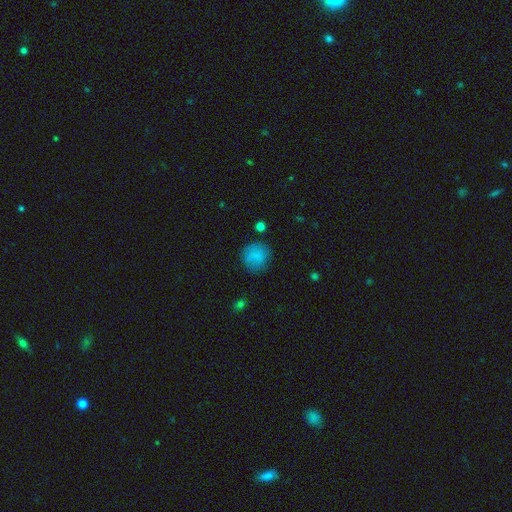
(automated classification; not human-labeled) Overall: smooth (84%). How rounded: round (89%). Merging: none (80%).